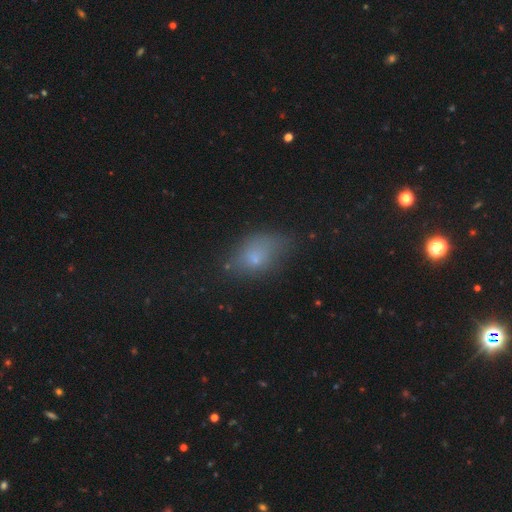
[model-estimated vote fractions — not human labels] This appears to be a smooth galaxy with no disk features (68%) that is in between round and cigar-shaped (82%). Merging: none (50%).